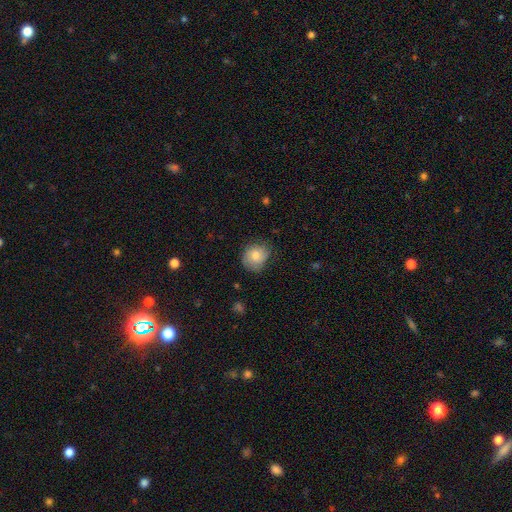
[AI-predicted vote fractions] smooth-or-featured: smooth: 76% | featured or disk: 17% | star or artifact: 8%
  how-rounded: round: 72% | in between: 27% | cigar-shaped: 1%
  merging: none: 65% | minor disturbance: 27% | major disturbance: 6% | merger: 1%